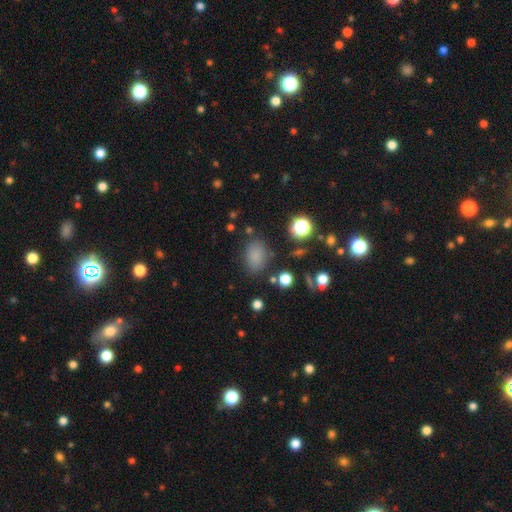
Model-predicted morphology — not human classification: This appears to be a smooth galaxy with no disk features (79%) that is in between round and cigar-shaped (78%). Merging: none (79%).